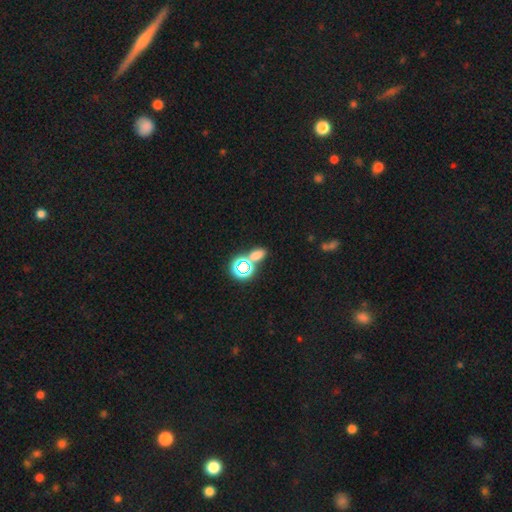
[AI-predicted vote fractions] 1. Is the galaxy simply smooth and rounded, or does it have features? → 58% smooth, 34% star or artifact, 8% featured or disk.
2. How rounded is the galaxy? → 75% in between, 22% round, 3% cigar-shaped.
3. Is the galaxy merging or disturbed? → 62% none, 23% merger, 10% minor disturbance, 5% major disturbance.